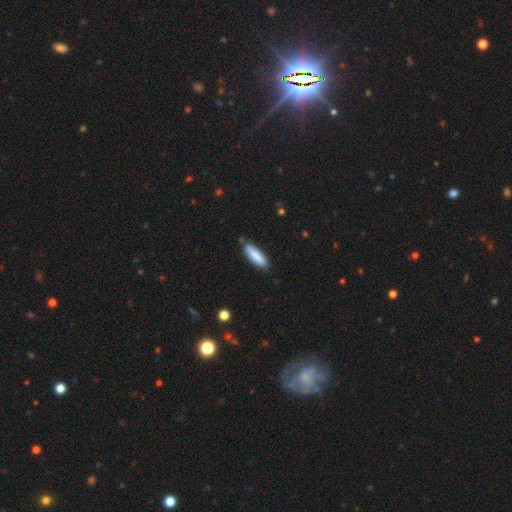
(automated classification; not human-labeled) This appears to be a smooth galaxy with no disk features (86%) that is cigar-shaped (61%). Merging: none (83%).